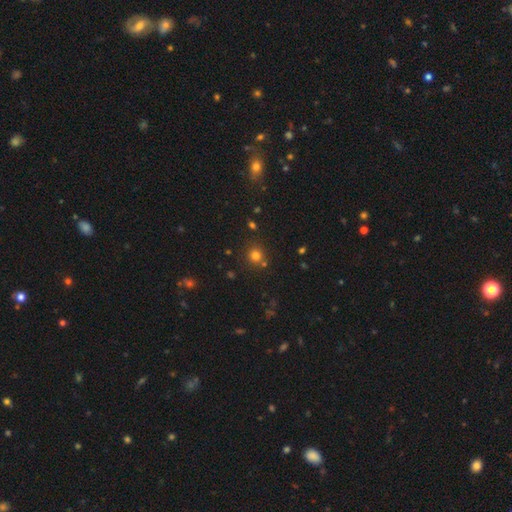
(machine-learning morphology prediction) The model was most divided on "smooth or featured": smooth: 75%, star or artifact: 19%, featured or disk: 7%. More confident: how rounded — round (89%); merging — none (77%).